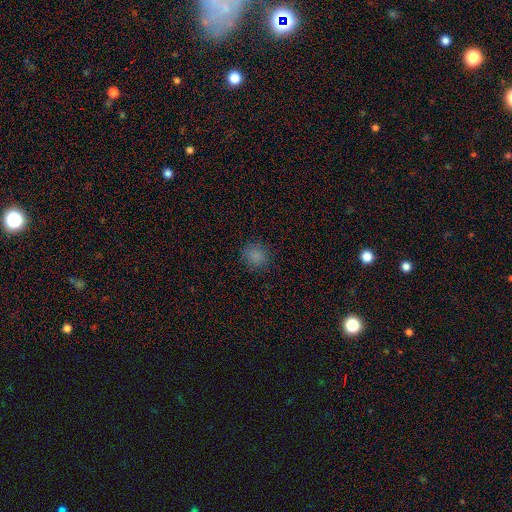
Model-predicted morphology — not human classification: This appears to be a smooth galaxy with no disk features (81%) that is round (86%). Merging: none (86%).